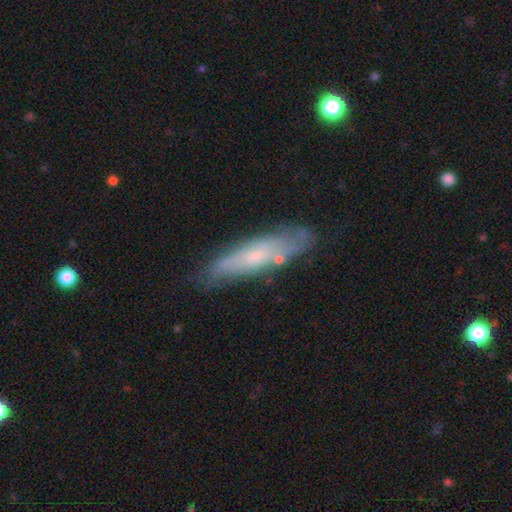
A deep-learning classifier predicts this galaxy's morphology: Overall: featured or disk (49%; smooth 44%). Merging: none (71%).